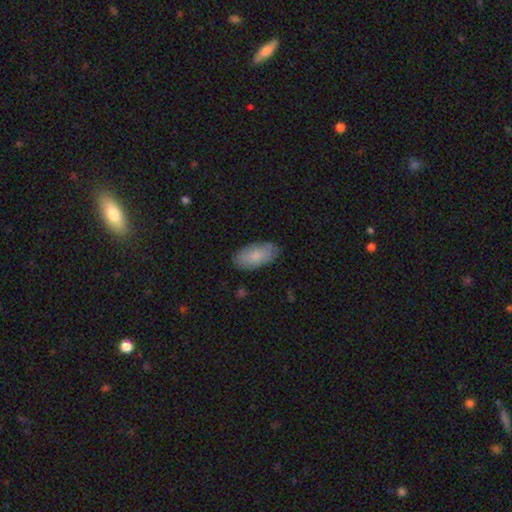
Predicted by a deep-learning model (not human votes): A smooth galaxy with no disk features (81%) that is in between round and cigar-shaped (93%).

Vote fractions:
- Smooth or featured? smooth: 81% / featured or disk: 13% / star or artifact: 6%
- How rounded? in between: 93% / cigar-shaped: 5% / round: 2%
- Merging? none: 81% / minor disturbance: 15% / major disturbance: 3% / merger: 1%